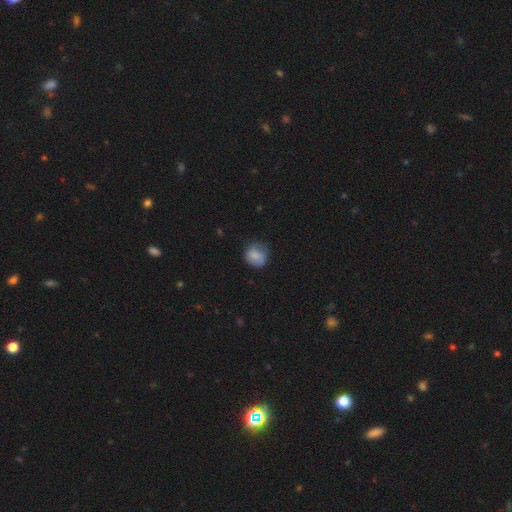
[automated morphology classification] This appears to be a smooth galaxy with no disk features (75%) that is round (77%). Merging: none (64%).